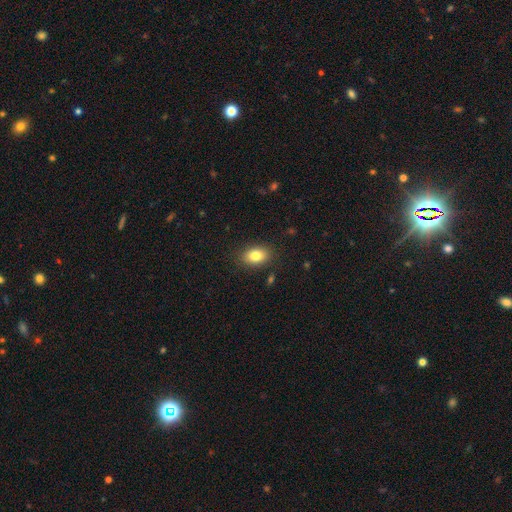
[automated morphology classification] A smooth galaxy with no disk features (82%) that is in between round and cigar-shaped (83%).

Vote fractions:
- Smooth or featured? smooth: 82% / featured or disk: 9% / star or artifact: 9%
- How rounded? in between: 83% / round: 15% / cigar-shaped: 1%
- Merging? none: 86% / minor disturbance: 10% / major disturbance: 3% / merger: 1%